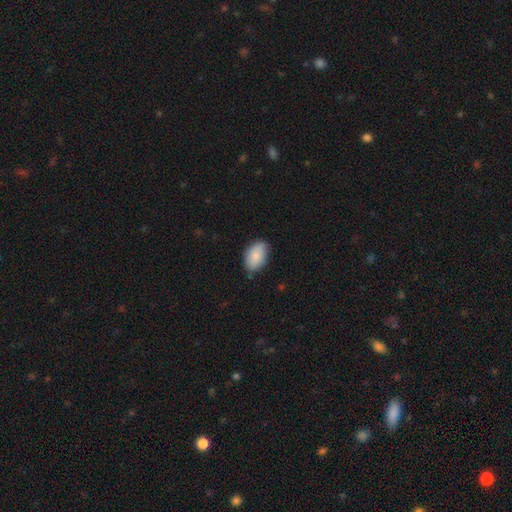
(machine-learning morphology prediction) Smooth or featured?
  - smooth: 85% *
  - featured or disk: 9%
  - star or artifact: 6%
How rounded?
  - in between: 92% *
  - round: 7%
  - cigar-shaped: 1%
Merging?
  - none: 77% *
  - minor disturbance: 19%
  - major disturbance: 3%
  - merger: 1%